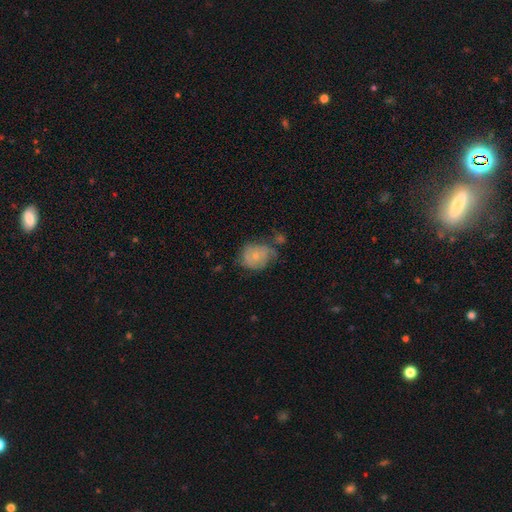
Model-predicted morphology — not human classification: The model was most divided on "smooth or featured": featured or disk: 51%, smooth: 41%, star or artifact: 8%. Remaining: edge-on disk — no (97%); merging — none (44%).